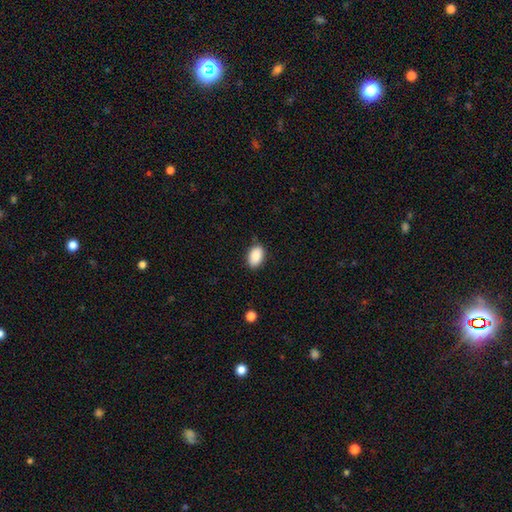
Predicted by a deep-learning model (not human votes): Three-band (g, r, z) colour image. It shows a smooth galaxy with no disk features (90%) that is in between round and cigar-shaped (91%). Merging: none (84%).